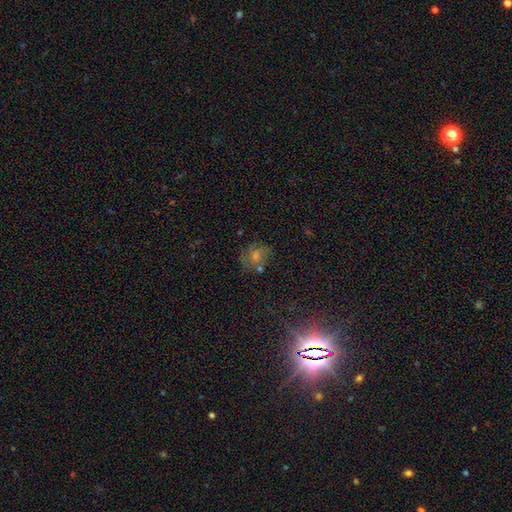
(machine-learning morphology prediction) Smooth or featured? Predicted: star or artifact (p=0.43).